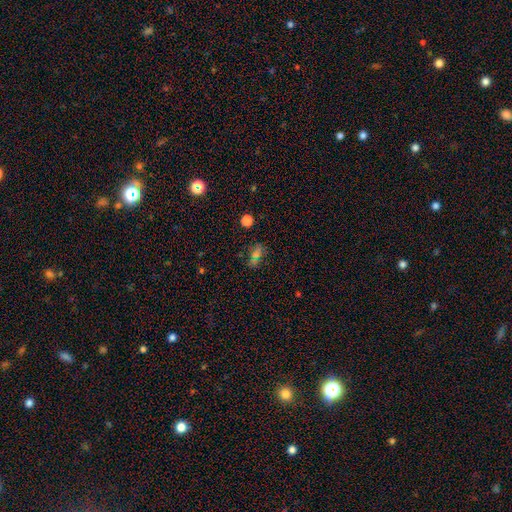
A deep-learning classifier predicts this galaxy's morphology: Smooth or featured? Predicted: smooth (p=0.55). How rounded? Predicted: in between (p=0.67). Merging? Predicted: none (p=0.76).